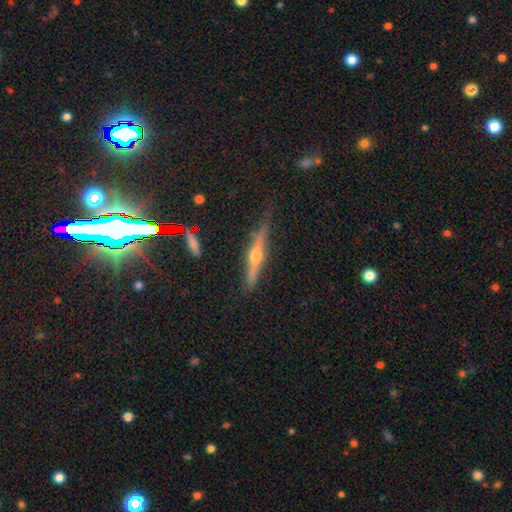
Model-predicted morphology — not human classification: type=featured or disk (73%); edge-on=yes (97%); edge-on bulge=rounded (92%); merging=none (79%).